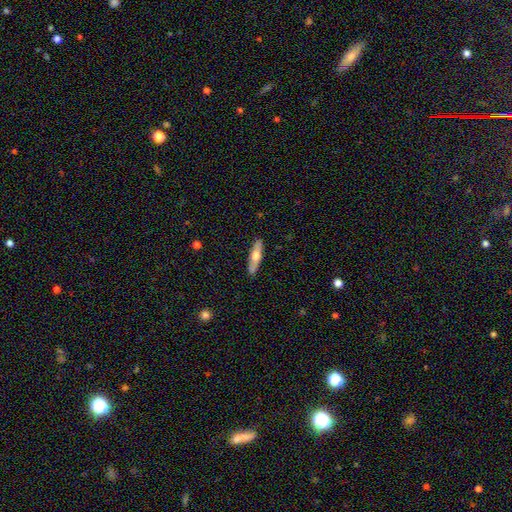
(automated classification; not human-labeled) A smooth galaxy with no disk features (55%) that is cigar-shaped (74%). Merging: none (88%).